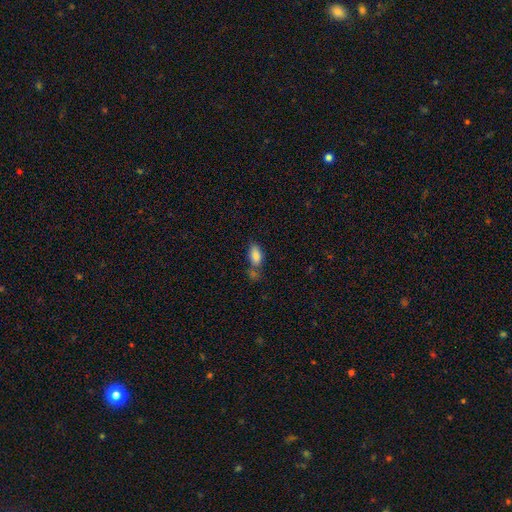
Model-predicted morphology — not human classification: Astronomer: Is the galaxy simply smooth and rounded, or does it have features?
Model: smooth — 85%.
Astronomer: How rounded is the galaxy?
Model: in between — 90%.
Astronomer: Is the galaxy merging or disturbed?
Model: none — 44% (runner-up: merger, 30%).